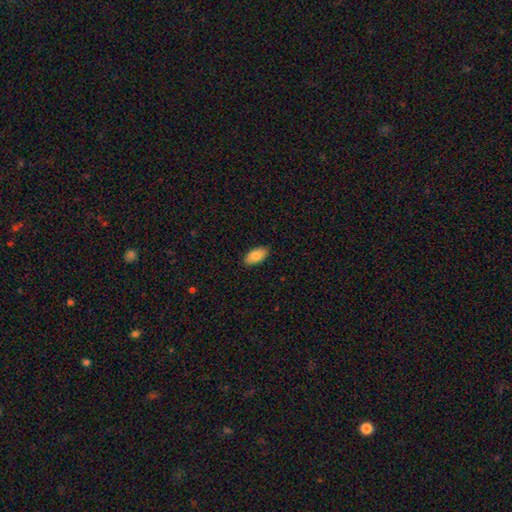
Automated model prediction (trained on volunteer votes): smooth_or_featured: smooth (p=0.85) [alt: featured or disk p=0.09]
how_rounded: in between (p=0.93) [alt: cigar-shaped p=0.04]
merging: none (p=0.87) [alt: minor disturbance p=0.10]